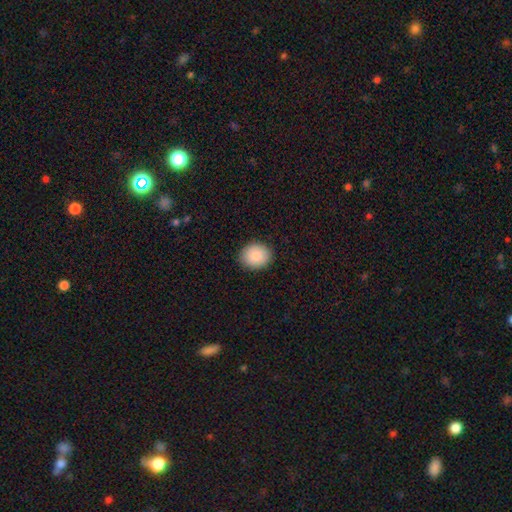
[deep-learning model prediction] Morphology: type=smooth (87%); roundness=round (61%); merging=none (89%).